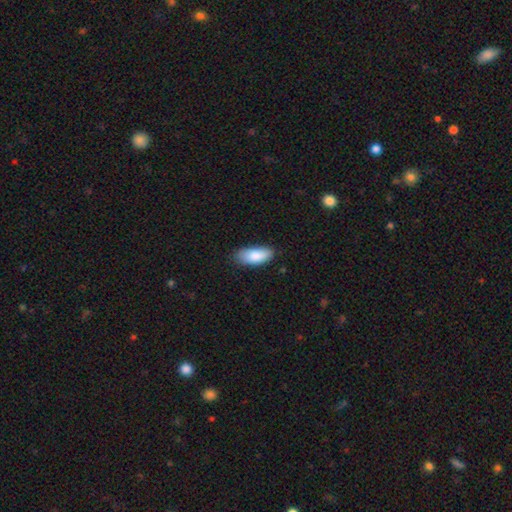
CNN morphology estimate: smooth-or-featured: smooth: 86% | featured or disk: 8% | star or artifact: 6%
  how-rounded: in between: 84% | cigar-shaped: 14% | round: 2%
  merging: none: 79% | minor disturbance: 17% | major disturbance: 3% | merger: 1%